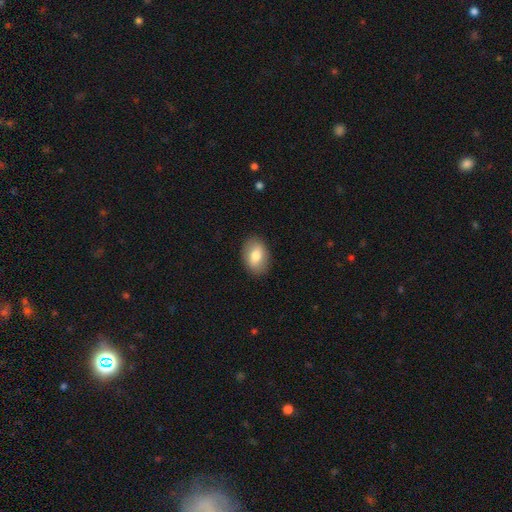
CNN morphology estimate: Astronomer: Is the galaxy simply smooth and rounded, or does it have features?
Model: smooth — 76%.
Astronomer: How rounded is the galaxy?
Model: in between — 83%.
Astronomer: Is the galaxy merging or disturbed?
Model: none — 87%.